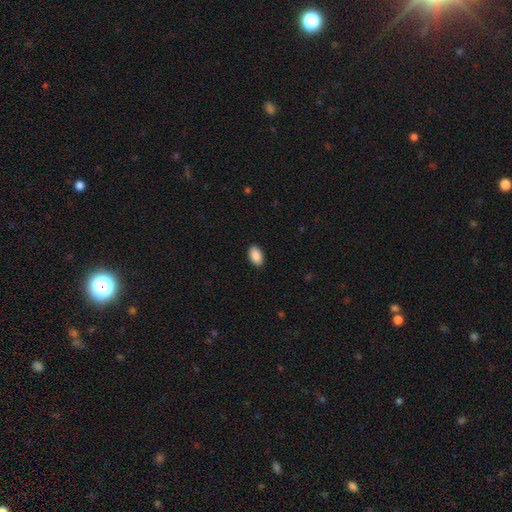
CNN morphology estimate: smooth-or-featured: smooth: 90% | star or artifact: 7% | featured or disk: 3%
  how-rounded: in between: 94% | round: 4% | cigar-shaped: 2%
  merging: none: 90% | minor disturbance: 7% | major disturbance: 2% | merger: 1%